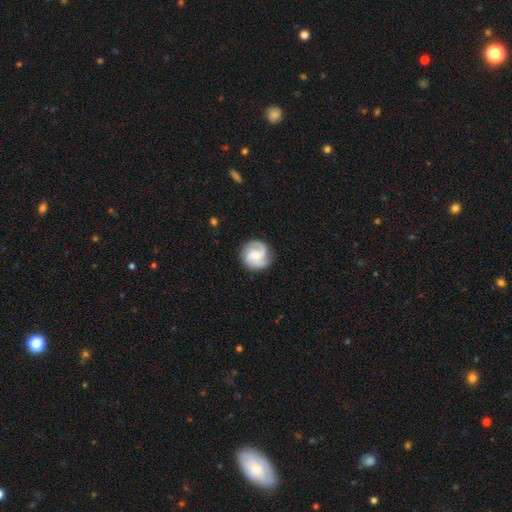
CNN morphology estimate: A featured or disk galaxy (72%) with no bar (57%), 2 (42%) medium (47%) spiral arms (96%) and a small central bulge (52%).

Vote fractions:
- Smooth or featured? featured or disk: 72% / smooth: 22% / star or artifact: 6%
- Edge-on disk? no: 98% / yes: 2%
- Bar? no: 57% / weak: 37% / strong: 6%
- Spiral arms? yes: 96% / no: 4%
- Spiral winding? medium: 47% / tight: 34% / loose: 19%
- Spiral arm count? 2: 42% / 3: 39% / can't tell: 8% / 1: 4% / 4: 4% / more than 4: 3%
- Bulge size? small: 52% / moderate: 37% / none: 7% / large: 3% / dominant: 1%
- Merging? none: 83% / minor disturbance: 12% / major disturbance: 4% / merger: 1%